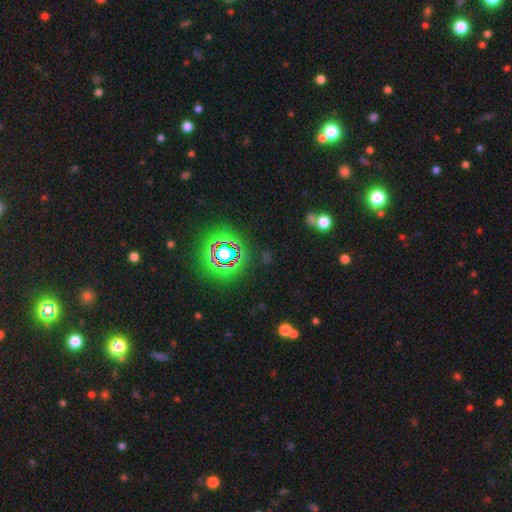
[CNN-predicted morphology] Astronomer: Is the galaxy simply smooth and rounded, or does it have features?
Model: star or artifact — 78%.